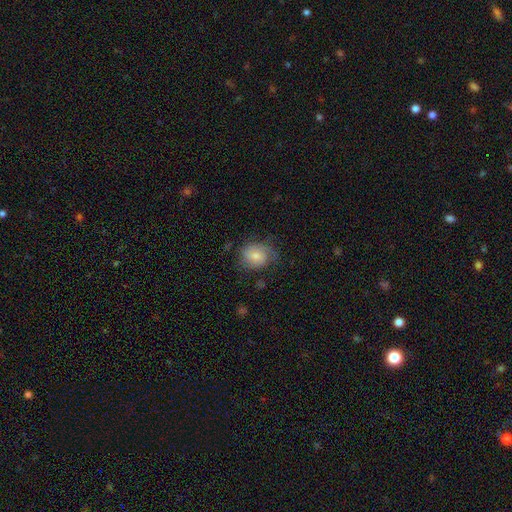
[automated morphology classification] A smooth galaxy with no disk features (67%) that is in between round and cigar-shaped (51%). Merging: none (56%).